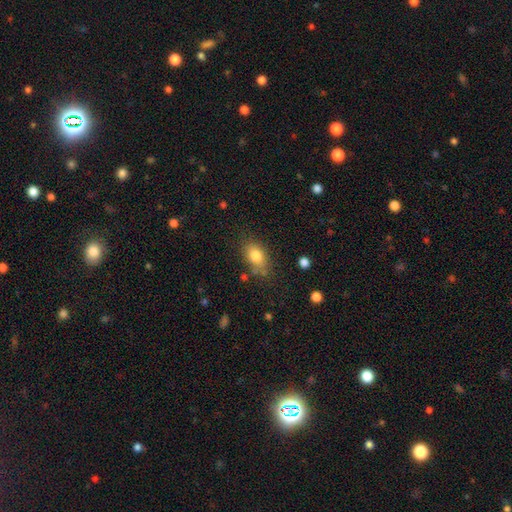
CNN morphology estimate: Q: Smooth or featured?
A: smooth (82%); runner-up: featured or disk (9%)
Q: How rounded?
A: in between (83%); runner-up: round (15%)
Q: Merging?
A: none (71%); runner-up: minor disturbance (19%)